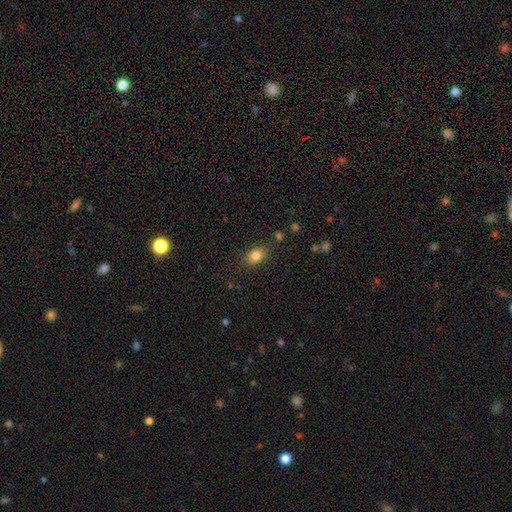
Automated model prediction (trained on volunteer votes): A smooth galaxy with no disk features (83%) that is in between round and cigar-shaped (68%).

Vote fractions:
- Smooth or featured? smooth: 83% / star or artifact: 10% / featured or disk: 7%
- How rounded? in between: 68% / round: 31% / cigar-shaped: 1%
- Merging? none: 82% / minor disturbance: 13% / major disturbance: 3% / merger: 2%